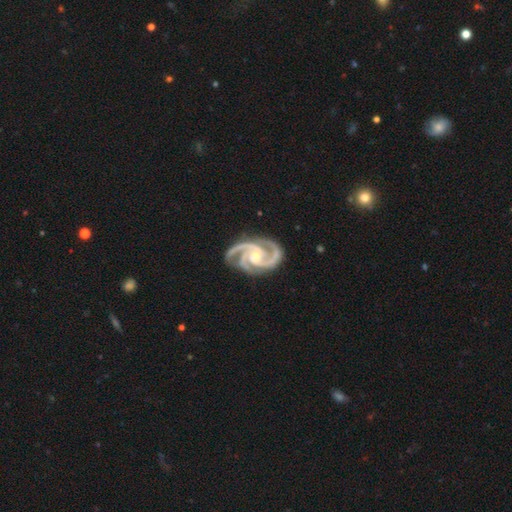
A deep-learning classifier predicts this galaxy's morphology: A featured or disk galaxy (95%) with no bar (52%), 3 (58%) medium (49%) spiral arms (99%) and a small central bulge (57%). Merging: none (79%).